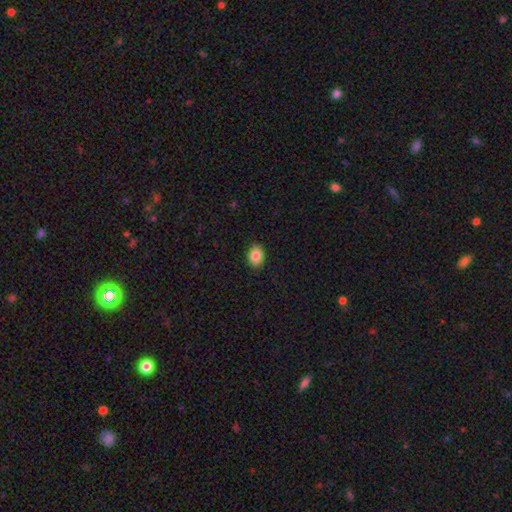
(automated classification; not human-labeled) This is clearly a smooth galaxy (86%). How rounded: likely in between (73%). Merging: clearly none (90%).